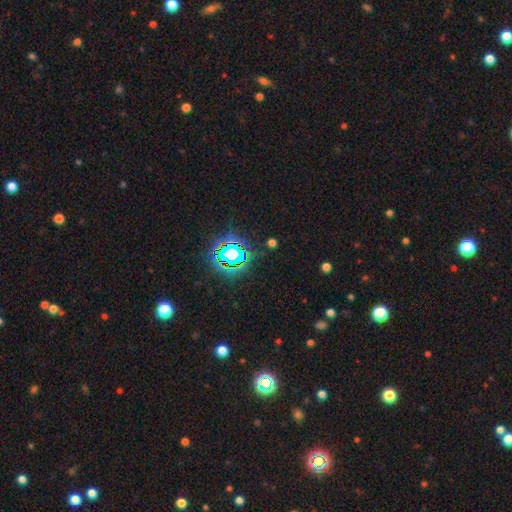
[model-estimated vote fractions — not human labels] Morphology: type=star or artifact (80%).